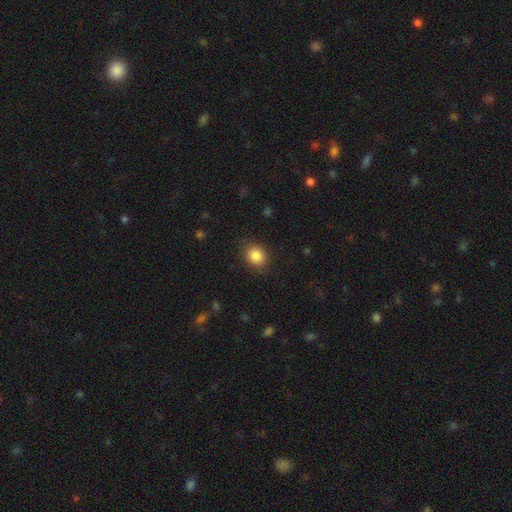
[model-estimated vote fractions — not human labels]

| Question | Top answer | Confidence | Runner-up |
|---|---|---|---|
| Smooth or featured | smooth | 86% | star or artifact (9%) |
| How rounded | round | 57% | in between (42%) |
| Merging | none | 84% | minor disturbance (12%) |